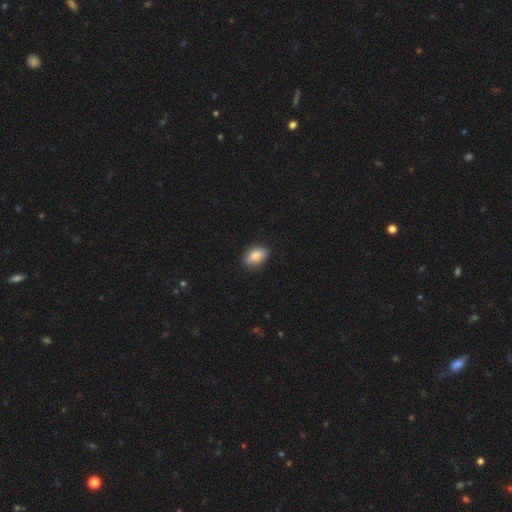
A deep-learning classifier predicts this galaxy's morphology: Q: Smooth or featured?
A: smooth (81%); runner-up: featured or disk (11%)
Q: How rounded?
A: in between (87%); runner-up: round (10%)
Q: Merging?
A: none (82%); runner-up: minor disturbance (15%)